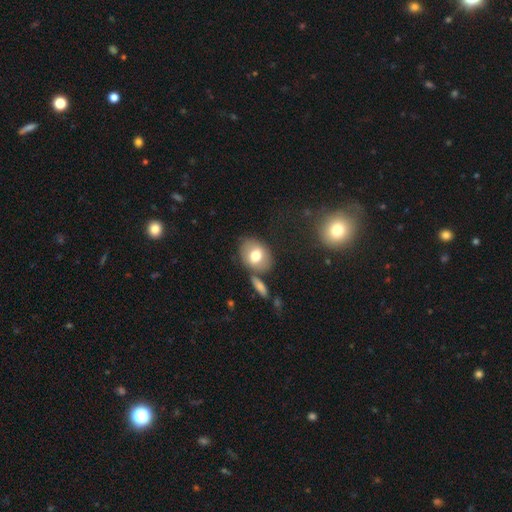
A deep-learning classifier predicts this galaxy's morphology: Q: Smooth or featured?
A: smooth (69%); runner-up: featured or disk (23%)
Q: How rounded?
A: in between (63%); runner-up: round (35%)
Q: Merging?
A: none (67%); runner-up: minor disturbance (14%)